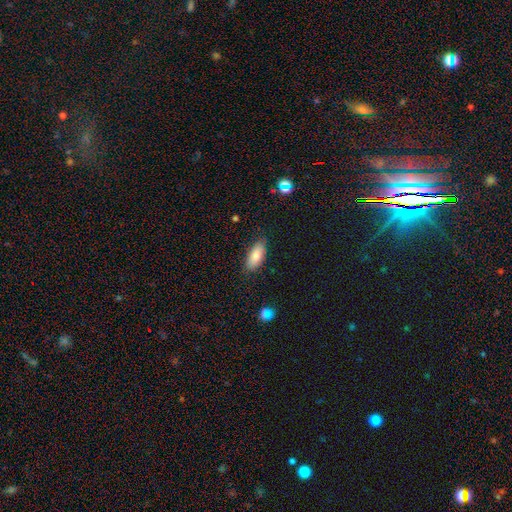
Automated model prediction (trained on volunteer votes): Smooth or featured?
  - smooth: 85% *
  - featured or disk: 8%
  - star or artifact: 7%
How rounded?
  - in between: 84% *
  - cigar-shaped: 14%
  - round: 2%
Merging?
  - none: 83% *
  - minor disturbance: 13%
  - major disturbance: 3%
  - merger: 1%